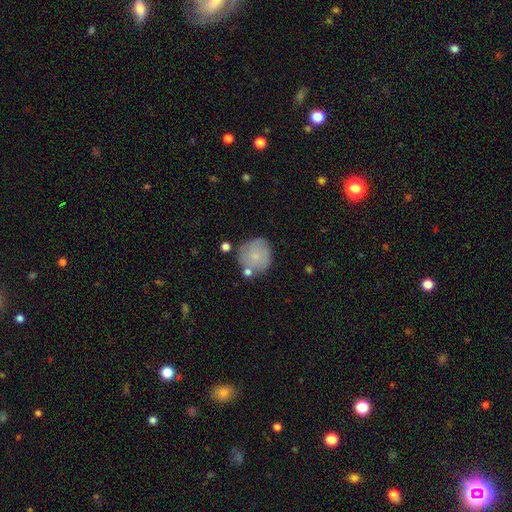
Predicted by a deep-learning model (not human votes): Overall: smooth (68%). How rounded: round (87%). Merging: none (63%).